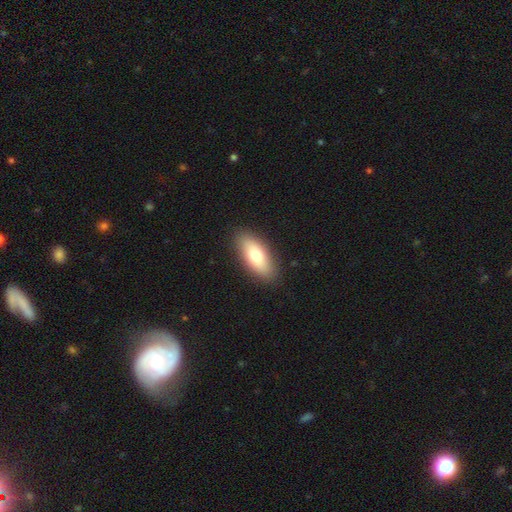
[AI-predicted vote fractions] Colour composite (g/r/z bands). It shows a smooth galaxy with no disk features (75%) that is in between round and cigar-shaped (81%). Merging: none (88%).